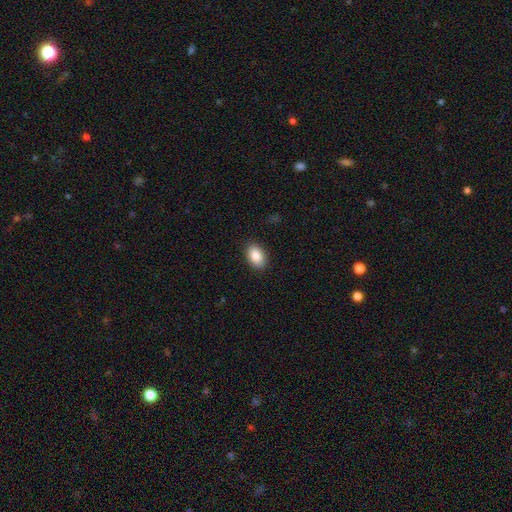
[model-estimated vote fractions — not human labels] smooth-or-featured: smooth: 87% | star or artifact: 7% | featured or disk: 6%
  how-rounded: in between: 88% | round: 11% | cigar-shaped: 1%
  merging: none: 89% | minor disturbance: 8% | major disturbance: 2% | merger: 1%